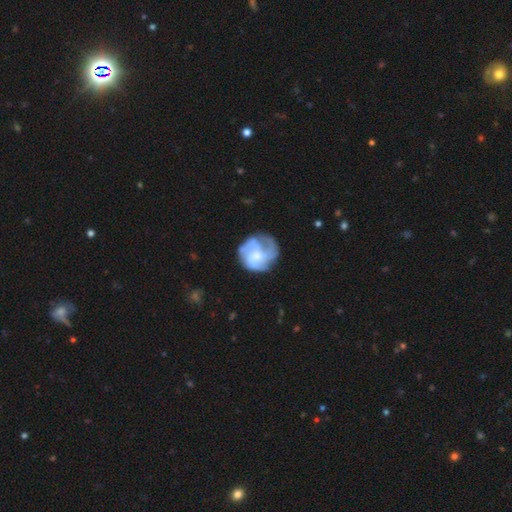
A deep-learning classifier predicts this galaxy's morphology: Smooth or featured: featured or disk — 68% (smooth — 25%)
Edge-on disk: no — 98% (yes — 2%)
Bar: no — 71% (weak — 25%)
Spiral arms: yes — 83% (no — 17%)
Spiral winding: medium — 43% (tight — 36%)
Spiral arm count: 3 — 31% (can't tell — 27%)
Bulge size: small — 41% (moderate — 33%)
Merging: none — 60% (minor disturbance — 21%)